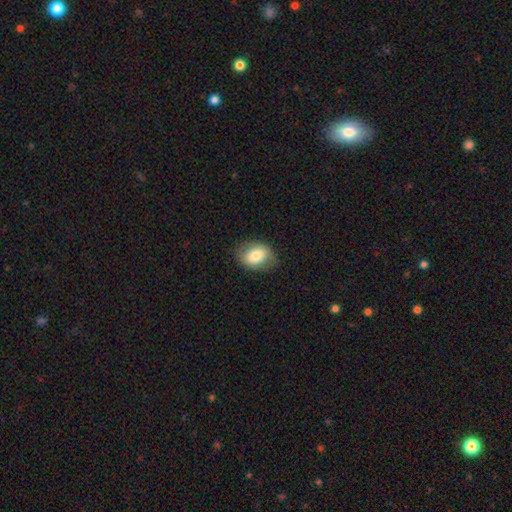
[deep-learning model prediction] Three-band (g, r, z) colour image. It shows a smooth galaxy with no disk features (76%) that is in between round and cigar-shaped (71%). Merging: none (79%).